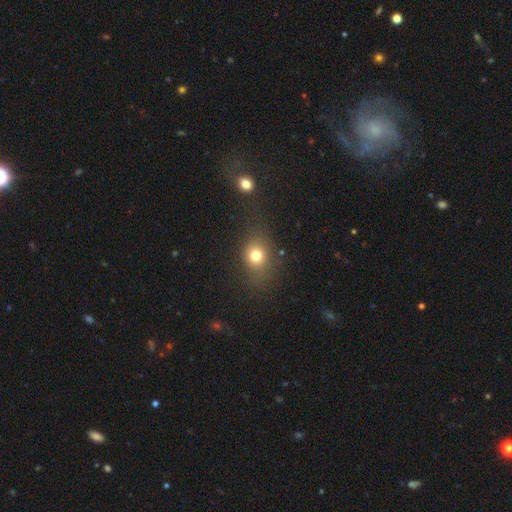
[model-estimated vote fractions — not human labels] Smooth or featured: smooth — 77% (star or artifact — 14%)
How rounded: round — 61% (in between — 38%)
Merging: none — 72% (minor disturbance — 16%)